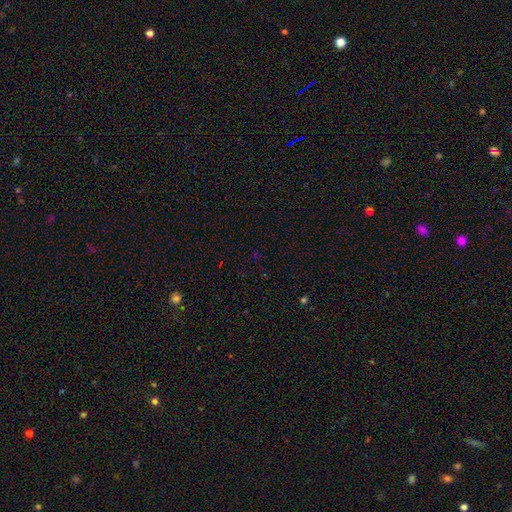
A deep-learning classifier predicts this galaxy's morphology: A star or artifact, not a galaxy (65%).

Vote fractions:
- Smooth or featured? star or artifact: 65% / smooth: 28% / featured or disk: 7%